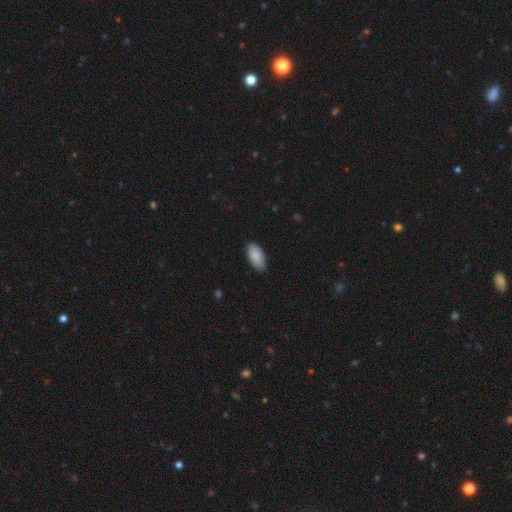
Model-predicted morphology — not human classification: Smooth or featured: smooth — 88% (featured or disk — 6%)
How rounded: in between — 95% (cigar-shaped — 3%)
Merging: none — 86% (minor disturbance — 11%)